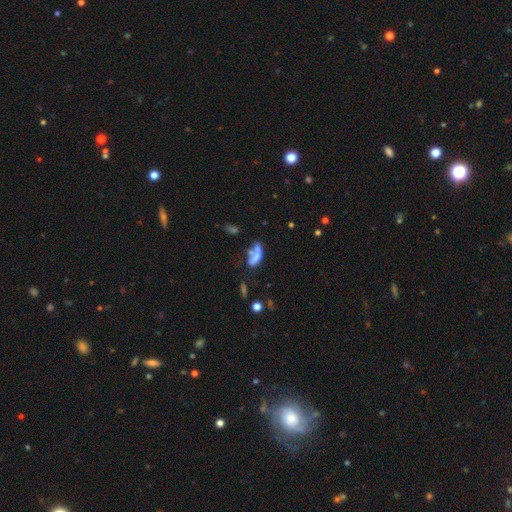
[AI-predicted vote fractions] Overall: smooth (55%; featured or disk 33%). How rounded: in between (71%). Merging: merger (41%; none 26%).